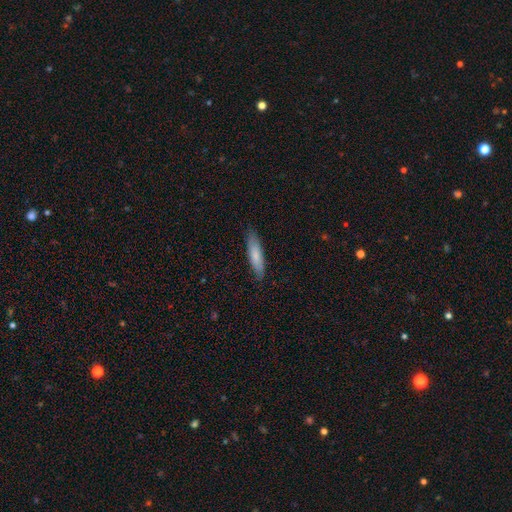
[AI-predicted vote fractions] smooth-or-featured: smooth: 77% | featured or disk: 18% | star or artifact: 5%
  how-rounded: cigar-shaped: 75% | in between: 23% | round: 1%
  merging: none: 87% | minor disturbance: 10% | major disturbance: 2% | merger: 1%